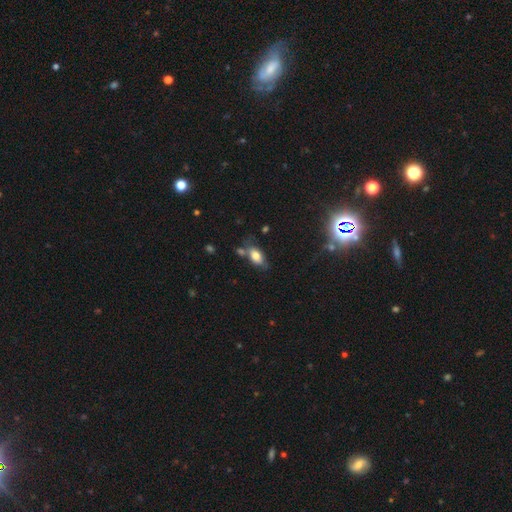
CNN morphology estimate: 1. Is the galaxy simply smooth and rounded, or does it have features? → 76% smooth, 15% featured or disk, 9% star or artifact.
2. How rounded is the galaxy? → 89% in between, 6% round, 5% cigar-shaped.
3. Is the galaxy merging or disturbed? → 56% none, 20% minor disturbance, 17% merger, 7% major disturbance.